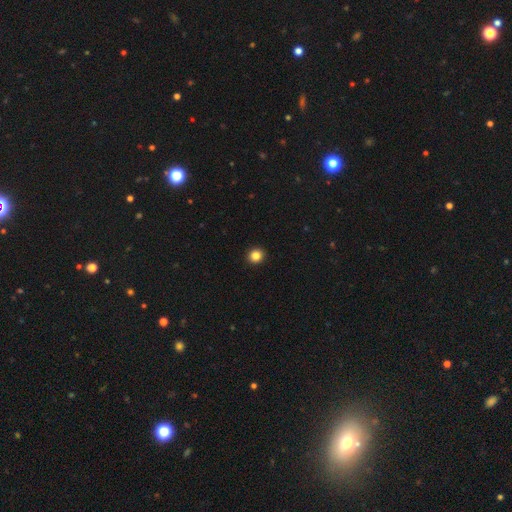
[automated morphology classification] smooth_or_featured: smooth (p=0.85) [alt: star or artifact p=0.11]
how_rounded: round (p=0.90) [alt: in between p=0.09]
merging: none (p=0.94) [alt: minor disturbance p=0.04]